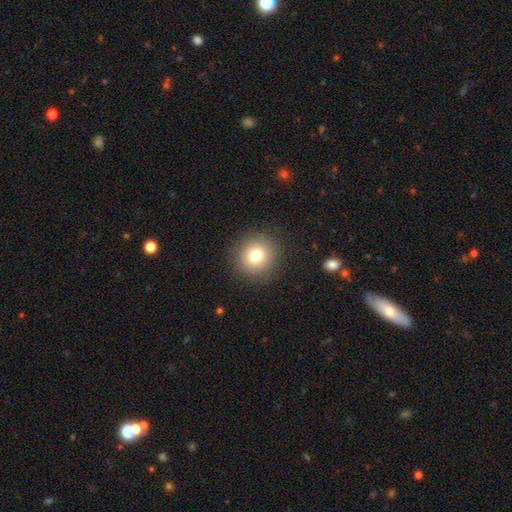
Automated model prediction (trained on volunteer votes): smooth-or-featured: smooth: 78% | star or artifact: 11% | featured or disk: 11%
  how-rounded: round: 87% | in between: 12% | cigar-shaped: 1%
  merging: none: 89% | minor disturbance: 7% | major disturbance: 3% | merger: 1%